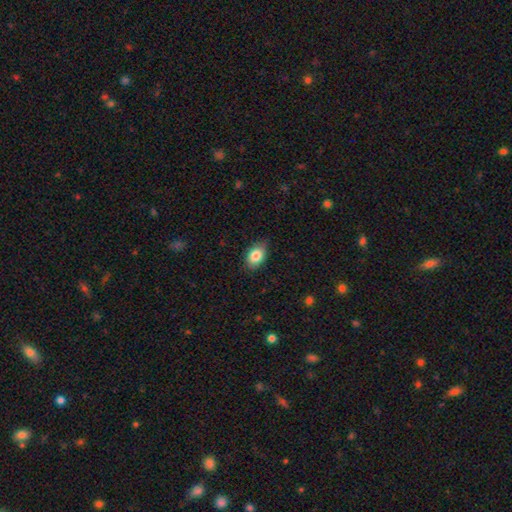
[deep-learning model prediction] Smooth or featured?
  - smooth: 84% *
  - featured or disk: 9%
  - star or artifact: 7%
How rounded?
  - in between: 85% *
  - round: 13%
  - cigar-shaped: 2%
Merging?
  - none: 80% *
  - minor disturbance: 17%
  - major disturbance: 3%
  - merger: 1%